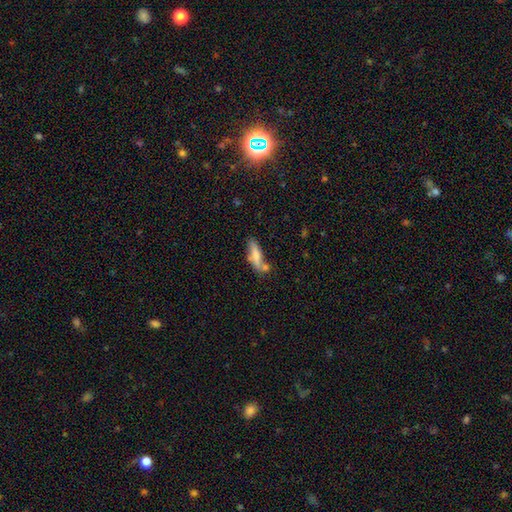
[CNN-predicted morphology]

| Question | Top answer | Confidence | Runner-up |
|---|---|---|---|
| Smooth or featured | smooth | 65% | featured or disk (27%) |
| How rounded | cigar-shaped | 62% | in between (36%) |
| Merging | none | 49% | merger (22%) |